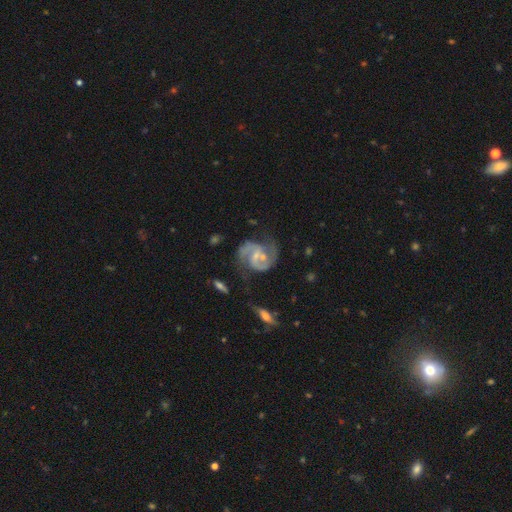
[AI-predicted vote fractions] smooth_or_featured: featured or disk (p=0.89) [alt: smooth p=0.06]
disk_edge_on: no (p=0.98) [alt: yes p=0.02]
bar: weak (p=0.47) [alt: no p=0.38]
has_spiral_arms: yes (p=0.97) [alt: no p=0.03]
spiral_winding: medium (p=0.57) [alt: loose p=0.25]
spiral_arm_count: 2 (p=0.88) [alt: can't tell p=0.04]
bulge_size: small (p=0.60) [alt: moderate p=0.28]
merging: none (p=0.58) [alt: minor disturbance p=0.20]